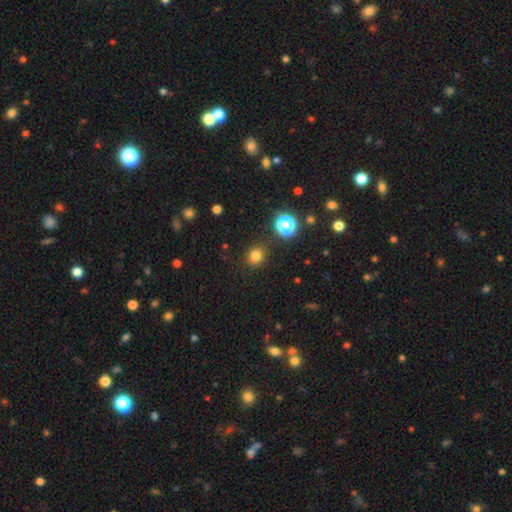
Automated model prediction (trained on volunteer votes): Q: Smooth or featured?
A: smooth (77%); runner-up: star or artifact (18%)
Q: How rounded?
A: round (80%); runner-up: in between (19%)
Q: Merging?
A: none (84%); runner-up: minor disturbance (11%)